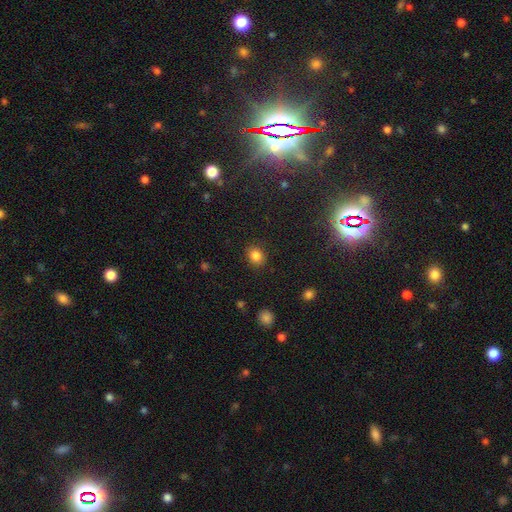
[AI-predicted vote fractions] smooth-or-featured: smooth: 83% | star or artifact: 12% | featured or disk: 5%
  how-rounded: round: 58% | in between: 41% | cigar-shaped: 1%
  merging: none: 88% | minor disturbance: 9% | major disturbance: 3% | merger: 1%